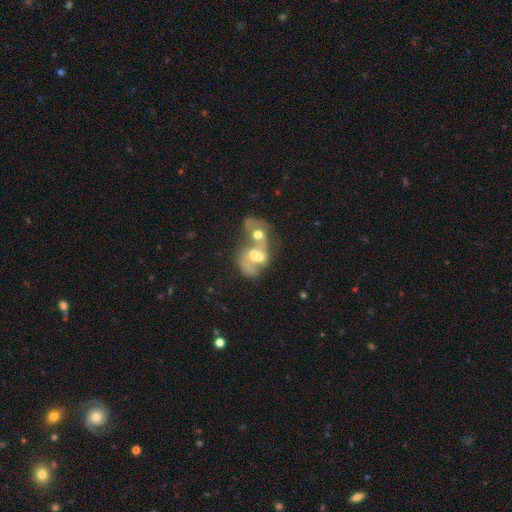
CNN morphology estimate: This is possibly a featured or disk galaxy (55%). It is clearly not viewed edge-on (97%). Bar: likely no (76%). Spiral arm pattern: possibly no (55%). Central bulge: possibly moderate (52%). Merging: likely merger (79%).